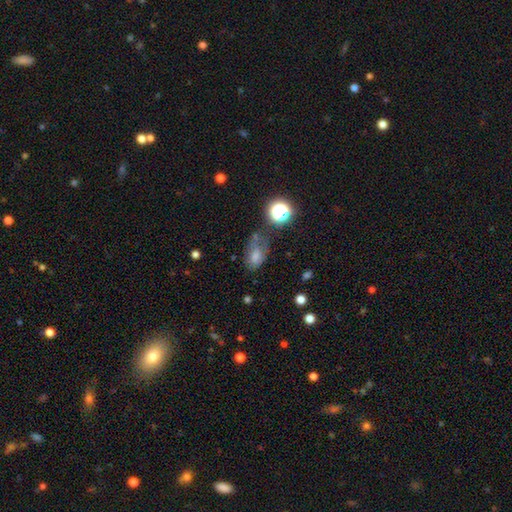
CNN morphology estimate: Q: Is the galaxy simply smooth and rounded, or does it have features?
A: smooth — 63%.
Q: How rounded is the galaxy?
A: in between — 82%.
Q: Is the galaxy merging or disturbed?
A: none — 36%.